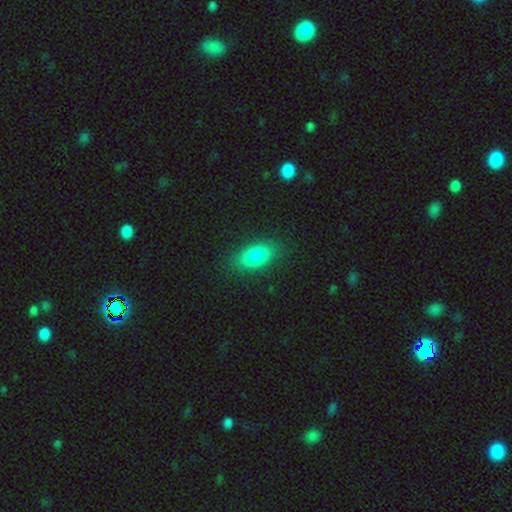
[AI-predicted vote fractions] smooth-or-featured: smooth: 83% | star or artifact: 9% | featured or disk: 8%
  how-rounded: in between: 86% | cigar-shaped: 8% | round: 6%
  merging: none: 85% | minor disturbance: 11% | major disturbance: 3% | merger: 1%